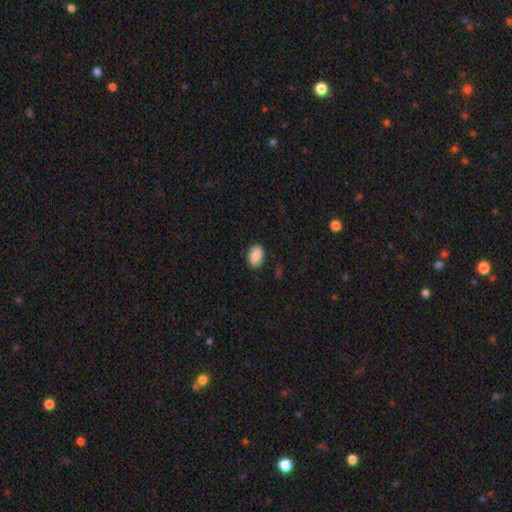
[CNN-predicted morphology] A smooth galaxy with no disk features (89%) that is in between round and cigar-shaped (80%). Merging: none (86%).